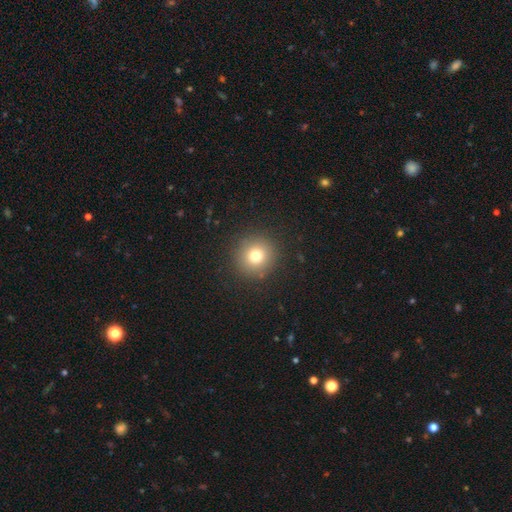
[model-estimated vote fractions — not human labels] Smooth or featured? Predicted: smooth (p=0.75). How rounded? Predicted: round (p=0.94). Merging? Predicted: none (p=0.90).